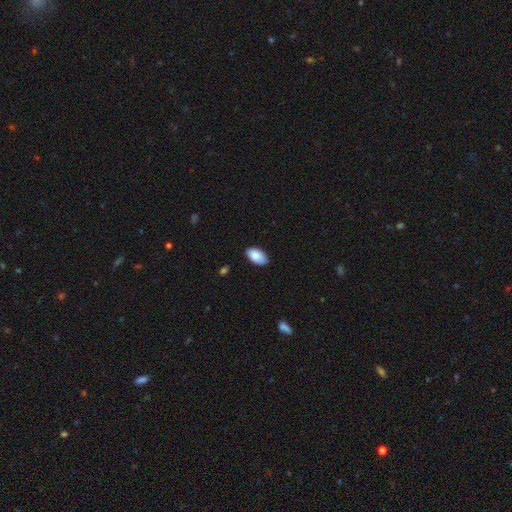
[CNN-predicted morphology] Smooth or featured: smooth — 87% (featured or disk — 7%)
How rounded: in between — 95% (round — 4%)
Merging: none — 84% (minor disturbance — 13%)